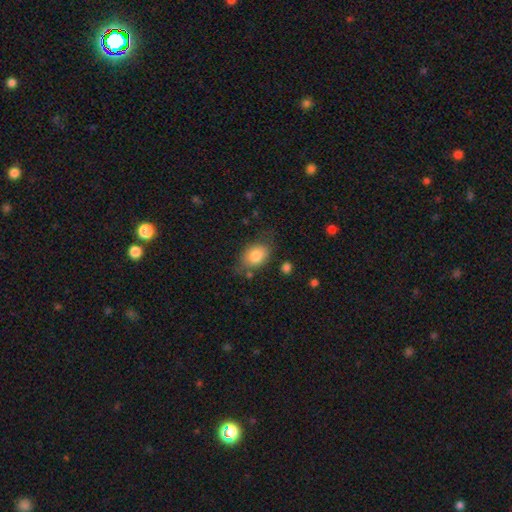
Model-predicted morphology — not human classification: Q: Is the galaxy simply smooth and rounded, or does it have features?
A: smooth — 80%.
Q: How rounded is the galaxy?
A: in between — 75%.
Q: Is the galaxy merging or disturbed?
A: none — 65%.